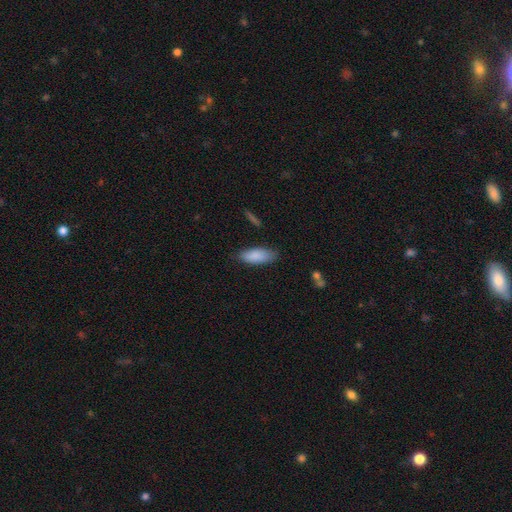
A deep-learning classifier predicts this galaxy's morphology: A smooth galaxy with no disk features (87%) that is in between round and cigar-shaped (78%).

Vote fractions:
- Smooth or featured? smooth: 87% / featured or disk: 7% / star or artifact: 6%
- How rounded? in between: 78% / cigar-shaped: 20% / round: 2%
- Merging? none: 79% / minor disturbance: 16% / major disturbance: 3% / merger: 2%